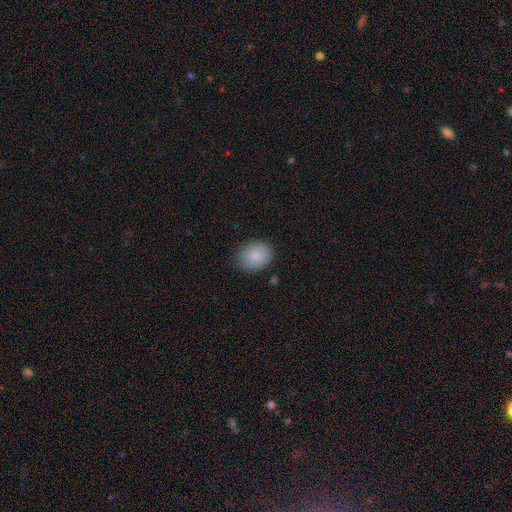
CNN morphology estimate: This is clearly a smooth galaxy (85%). How rounded: possibly in between (51%). Merging: clearly none (82%).